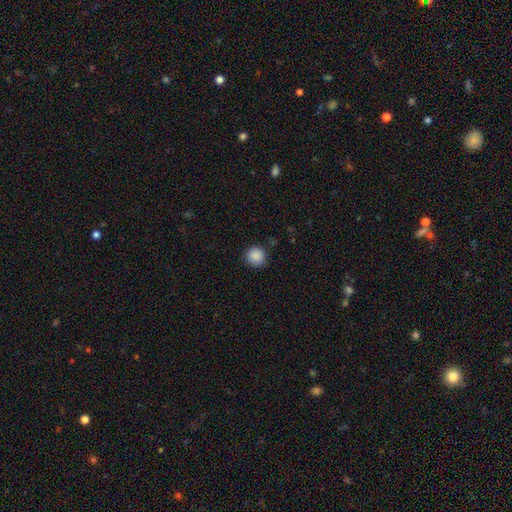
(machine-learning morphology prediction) Overall: smooth (88%). How rounded: round (93%). Merging: none (88%).